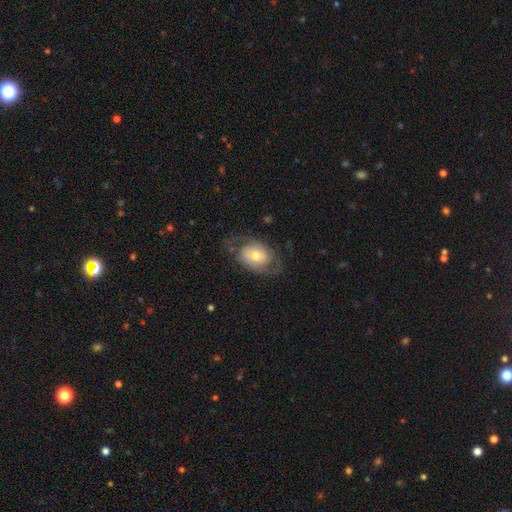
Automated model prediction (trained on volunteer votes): smooth-or-featured: featured or disk: 61% | smooth: 32% | star or artifact: 7%
  disk-edge-on: no: 95% | yes: 5%
    bar: no: 74% | weak: 21% | strong: 5%
    has-spiral-arms: yes: 77% | no: 23%
    bulge-size: moderate: 65% | small: 22% | large: 10% | dominant: 2% | none: 1%
  merging: none: 62% | minor disturbance: 20% | major disturbance: 17% | merger: 1%